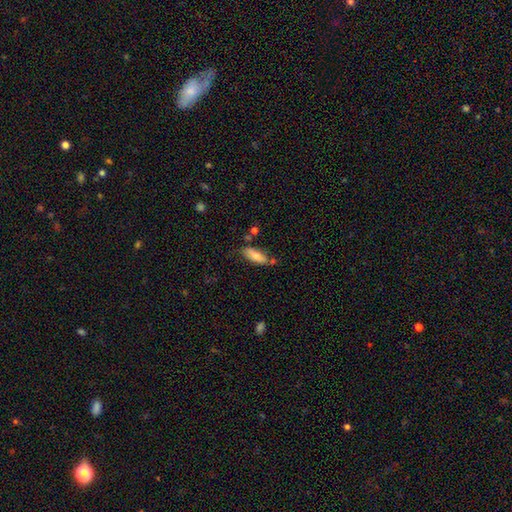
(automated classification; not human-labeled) smooth-or-featured: smooth: 76% | featured or disk: 17% | star or artifact: 7%
  how-rounded: in between: 67% | cigar-shaped: 31% | round: 2%
  merging: none: 68% | minor disturbance: 19% | merger: 9% | major disturbance: 4%